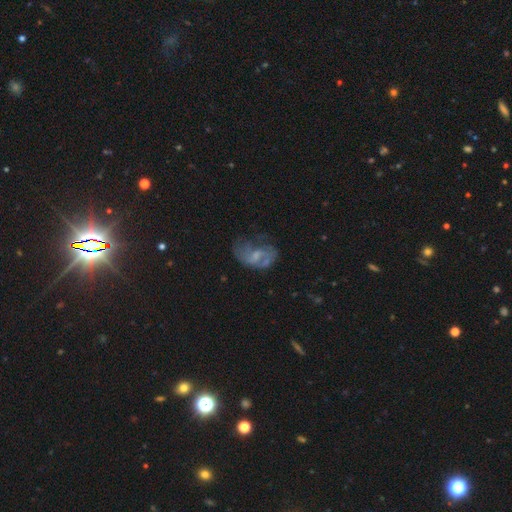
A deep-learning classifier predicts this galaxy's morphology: type=featured or disk (60%); edge-on=no (97%); bar=no (53%); spiral arms=yes (59%); bulge=small (37%); merging=none (36%).